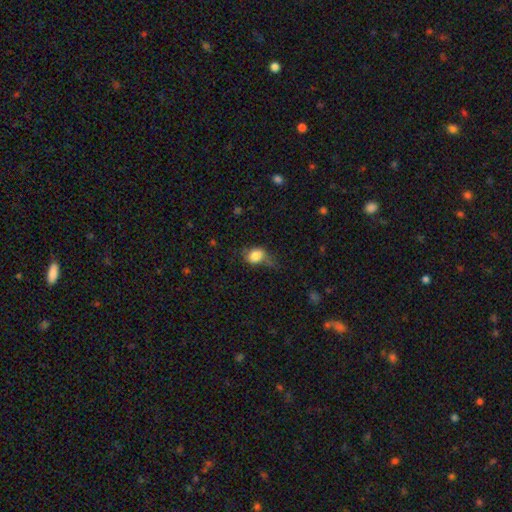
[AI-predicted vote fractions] Smooth or featured? smooth (80%)
How rounded? in between (53%)
Merging? none (42%)